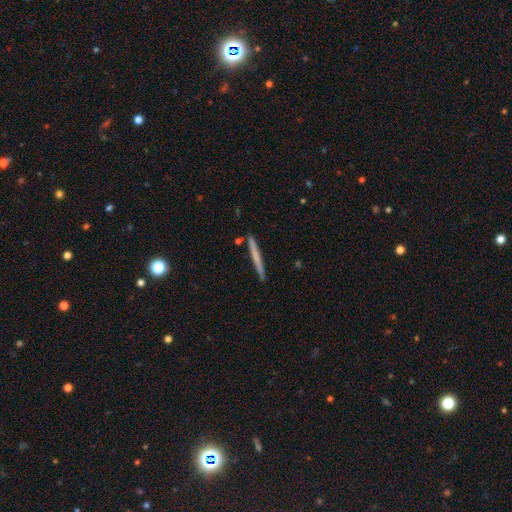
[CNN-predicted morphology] This appears to be a smooth galaxy with no disk features (57%) that is cigar-shaped (97%). Merging: none (89%).